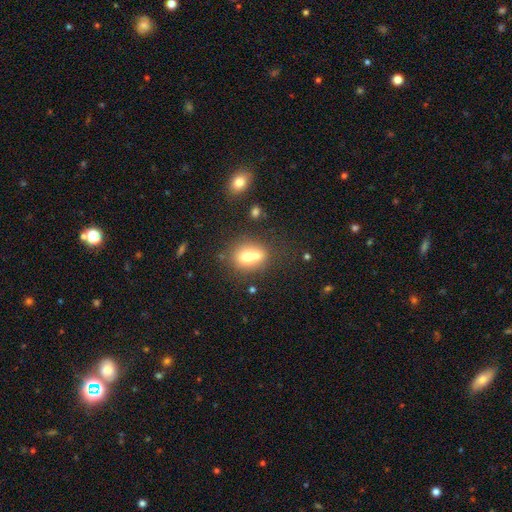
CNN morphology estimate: Smooth or featured: smooth — 67% (featured or disk — 22%)
How rounded: round — 57% (in between — 41%)
Merging: merger — 53% (none — 33%)